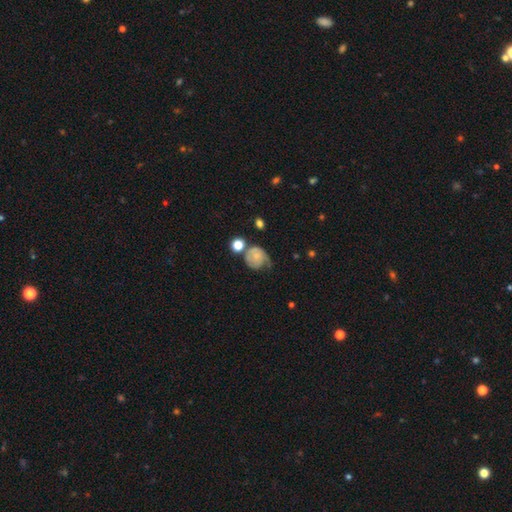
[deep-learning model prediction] Q: Smooth or featured?
A: smooth (49%); runner-up: featured or disk (42%)
Q: Merging?
A: none (36%); runner-up: minor disturbance (31%)